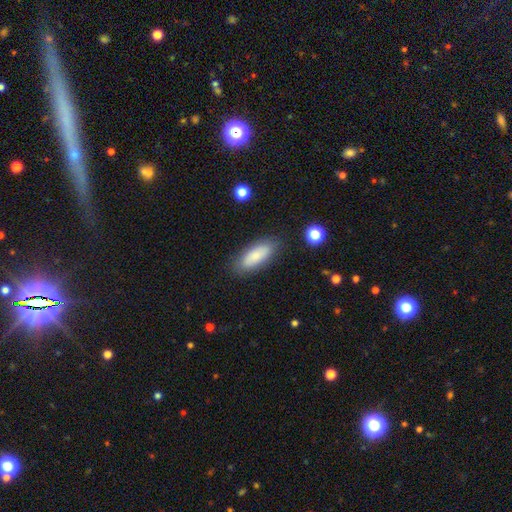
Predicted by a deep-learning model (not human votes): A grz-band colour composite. It shows a smooth galaxy with no disk features (81%) that is in between round and cigar-shaped (75%). Merging: none (83%).